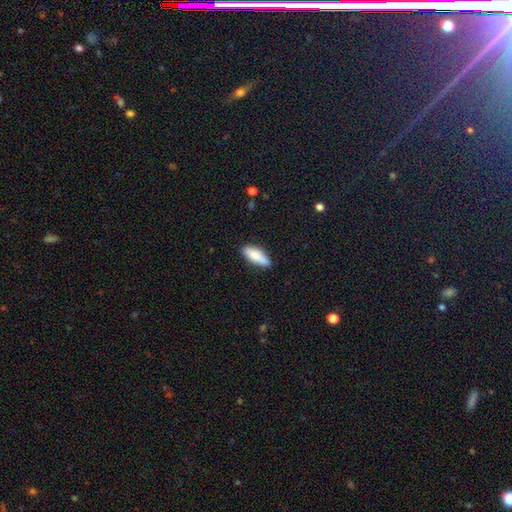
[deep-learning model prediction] smooth_or_featured: smooth (p=0.83) [alt: featured or disk p=0.12]
how_rounded: in between (p=0.62) [alt: cigar-shaped p=0.36]
merging: none (p=0.82) [alt: minor disturbance p=0.14]